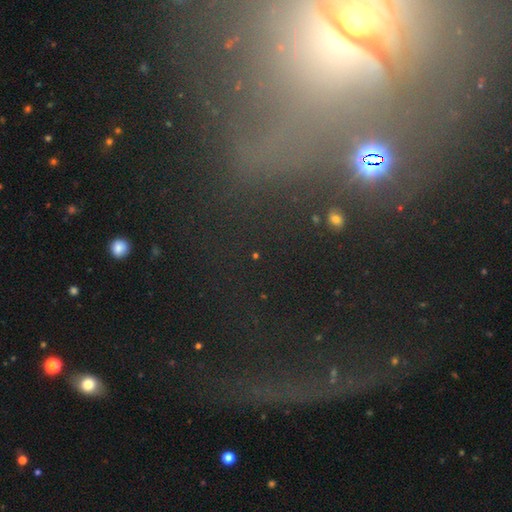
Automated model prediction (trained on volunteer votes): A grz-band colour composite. It shows a star or artifact, not a galaxy (68%).